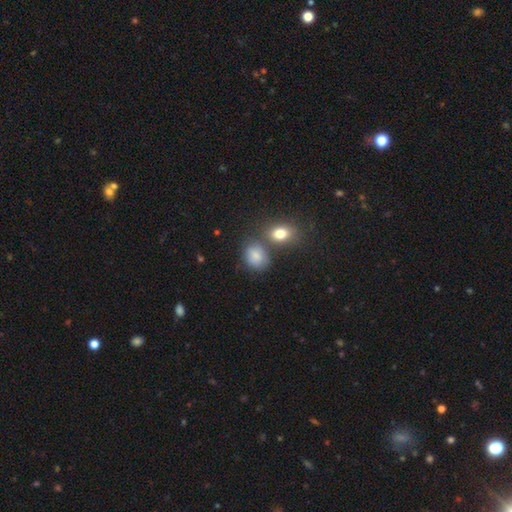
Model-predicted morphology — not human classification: smooth_or_featured: smooth (p=0.78) [alt: star or artifact p=0.11]
how_rounded: in between (p=0.52) [alt: round p=0.46]
merging: none (p=0.57) [alt: minor disturbance p=0.18]